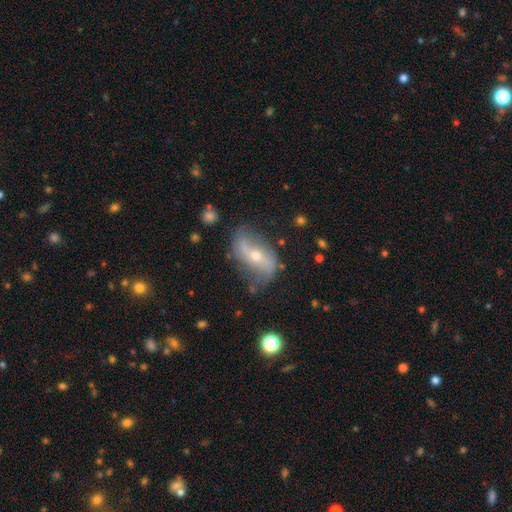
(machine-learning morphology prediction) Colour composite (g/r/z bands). It shows a featured or disk galaxy (77%) with no bar (46%), 2 (89%) loose (77%) spiral arms (88%) and a small central bulge (56%). Merging: none (65%).